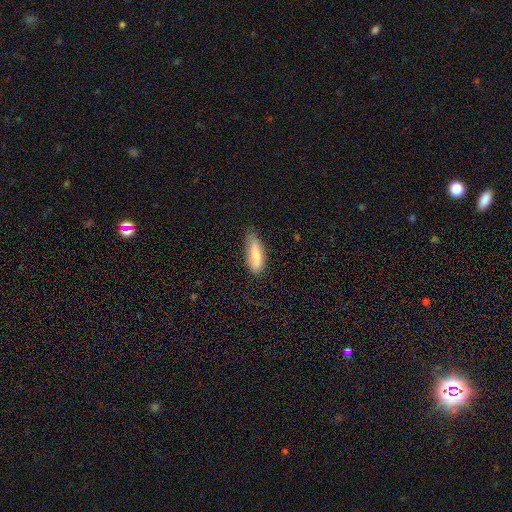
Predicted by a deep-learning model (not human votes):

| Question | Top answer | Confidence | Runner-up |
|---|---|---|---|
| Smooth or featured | smooth | 70% | featured or disk (24%) |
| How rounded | in between | 54% | cigar-shaped (44%) |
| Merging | none | 66% | minor disturbance (27%) |